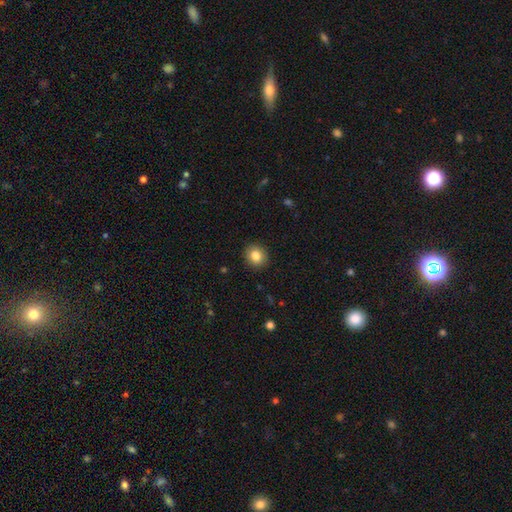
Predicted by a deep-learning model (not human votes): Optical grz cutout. It shows a smooth galaxy with no disk features (84%) that is round (82%). Merging: none (91%).